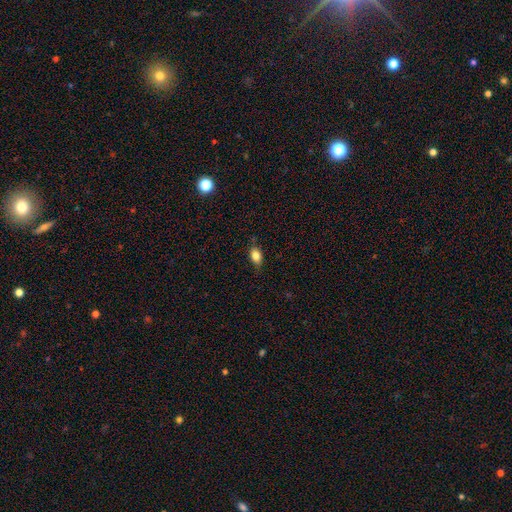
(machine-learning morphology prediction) Overall: smooth (83%). How rounded: in between (84%). Merging: none (76%).